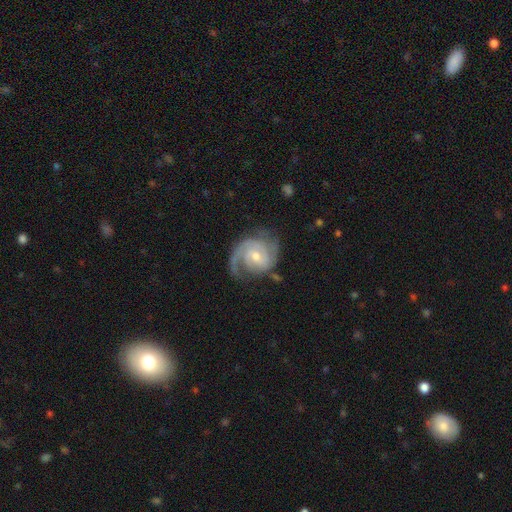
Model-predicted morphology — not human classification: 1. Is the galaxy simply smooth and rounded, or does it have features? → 90% featured or disk, 6% smooth, 5% star or artifact.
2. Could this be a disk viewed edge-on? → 98% no, 2% yes.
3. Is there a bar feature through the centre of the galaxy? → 53% no, 38% weak, 9% strong.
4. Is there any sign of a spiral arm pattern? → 98% yes, 2% no.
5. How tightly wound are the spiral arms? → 51% tight, 39% medium, 10% loose.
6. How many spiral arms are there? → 59% 2, 15% 3, 10% can't tell, 10% 1, 3% 4, 3% more than 4.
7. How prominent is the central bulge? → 48% moderate (tied), 48% small (tied), 2% large, 1% none, 1% dominant.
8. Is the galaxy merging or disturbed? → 68% none, 19% minor disturbance, 11% major disturbance, 2% merger.